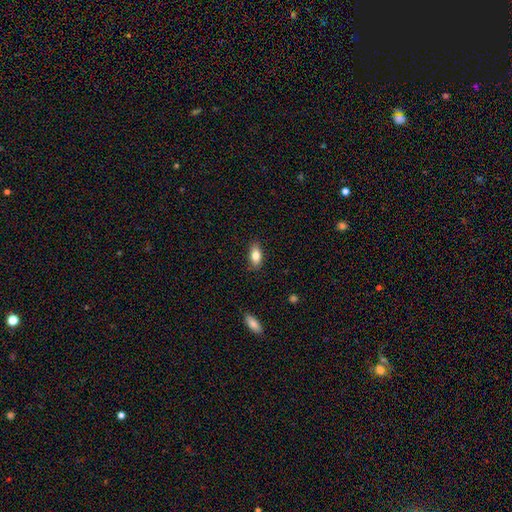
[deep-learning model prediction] Smooth or featured? smooth (81%)
How rounded? in between (87%)
Merging? none (85%)